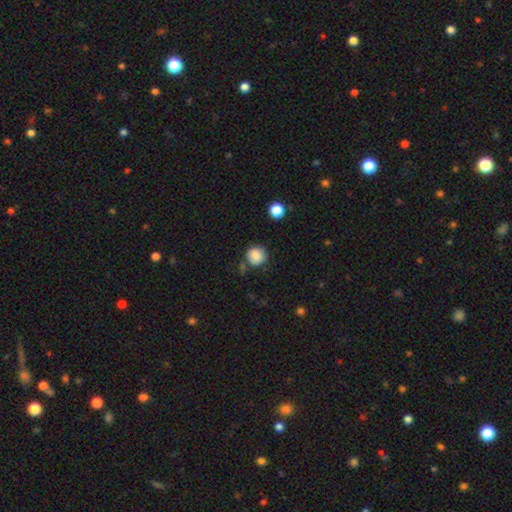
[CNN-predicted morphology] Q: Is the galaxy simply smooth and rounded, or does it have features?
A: smooth — 86%.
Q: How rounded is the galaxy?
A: round — 89%.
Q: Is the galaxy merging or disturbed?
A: none — 74%.